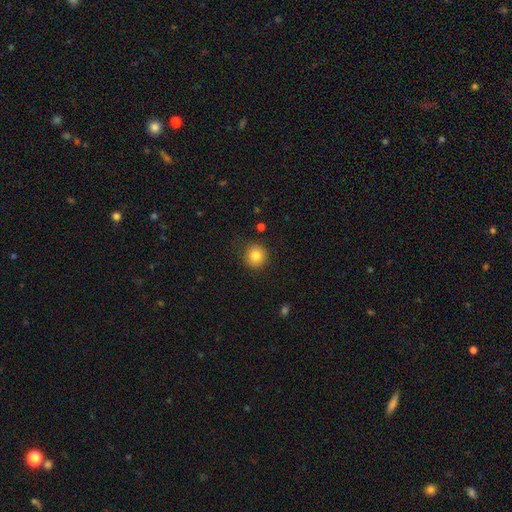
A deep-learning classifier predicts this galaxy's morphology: Q: Smooth or featured?
A: smooth (83%); runner-up: star or artifact (10%)
Q: How rounded?
A: round (92%); runner-up: in between (7%)
Q: Merging?
A: none (87%); runner-up: minor disturbance (9%)